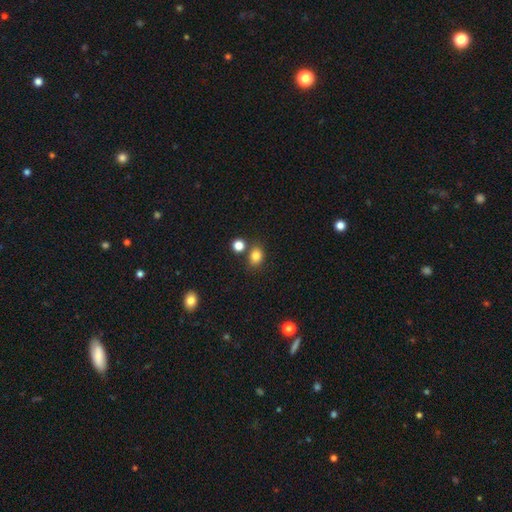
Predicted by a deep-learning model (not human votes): Smooth or featured?
  - smooth: 82% *
  - star or artifact: 12%
  - featured or disk: 6%
How rounded?
  - in between: 51% *
  - round: 48%
  - cigar-shaped: 1%
Merging?
  - none: 71% *
  - merger: 14%
  - minor disturbance: 12%
  - major disturbance: 4%